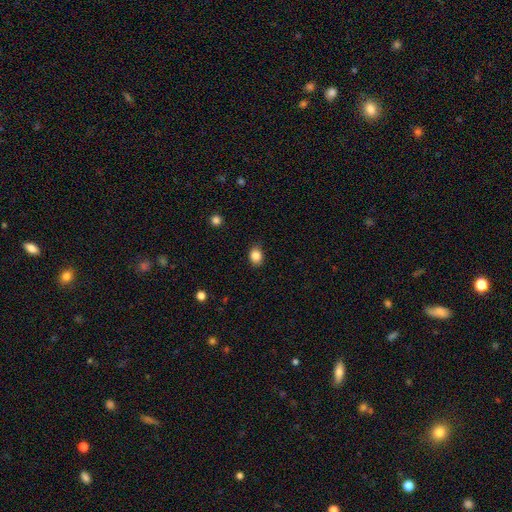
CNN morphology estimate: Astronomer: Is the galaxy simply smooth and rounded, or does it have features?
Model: smooth — 85%.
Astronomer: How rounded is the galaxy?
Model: in between — 52% (runner-up: round, 47%).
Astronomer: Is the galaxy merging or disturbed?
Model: none — 84%.